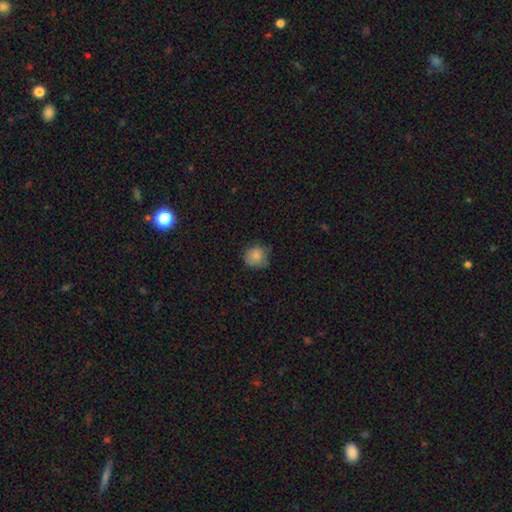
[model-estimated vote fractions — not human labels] This appears to be a smooth galaxy with no disk features (83%) that is round (84%). Merging: none (67%).